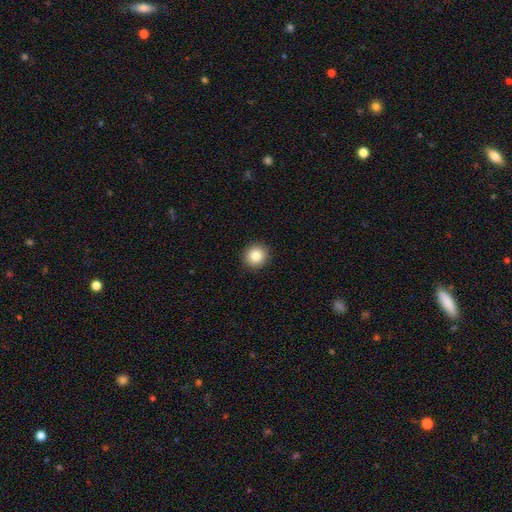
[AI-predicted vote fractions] Smooth or featured?
  - smooth: 84% *
  - star or artifact: 10%
  - featured or disk: 6%
How rounded?
  - round: 92% *
  - in between: 7%
  - cigar-shaped: 1%
Merging?
  - none: 92% *
  - minor disturbance: 5%
  - major disturbance: 2%
  - merger: 1%